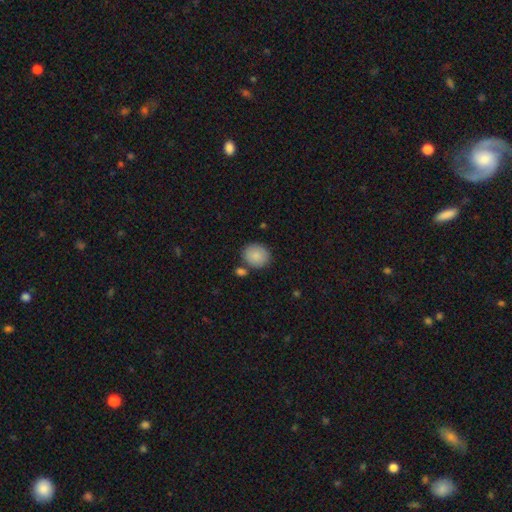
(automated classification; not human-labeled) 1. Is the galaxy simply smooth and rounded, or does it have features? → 88% smooth, 7% star or artifact, 5% featured or disk.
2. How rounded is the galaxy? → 80% round, 19% in between, 1% cigar-shaped.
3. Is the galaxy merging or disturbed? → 76% none, 11% minor disturbance, 10% merger, 3% major disturbance.